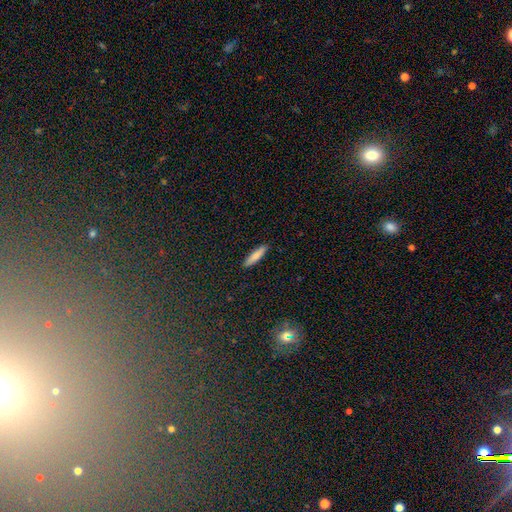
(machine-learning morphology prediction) Smooth or featured: smooth — 79% (featured or disk — 14%)
How rounded: cigar-shaped — 83% (in between — 16%)
Merging: none — 90% (minor disturbance — 7%)